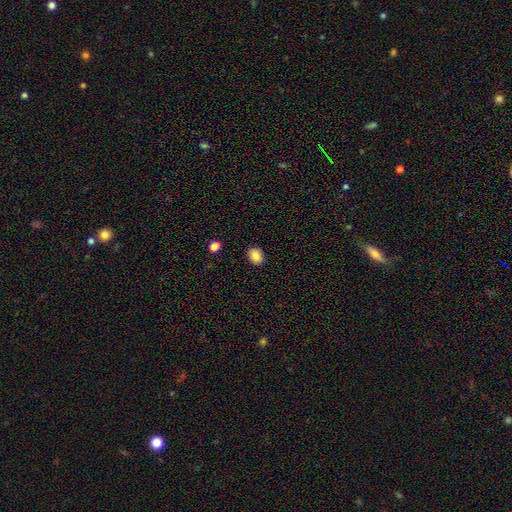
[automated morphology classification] A smooth galaxy with no disk features (85%) that is round (57%). Merging: none (90%).